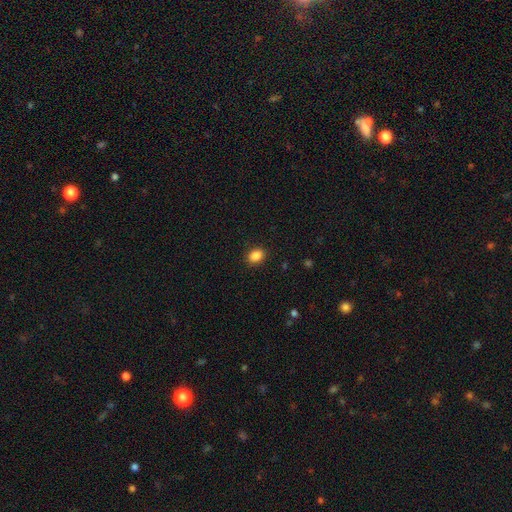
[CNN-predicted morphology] Smooth or featured: smooth — 87% (star or artifact — 9%)
How rounded: in between — 58% (round — 41%)
Merging: none — 89% (minor disturbance — 8%)